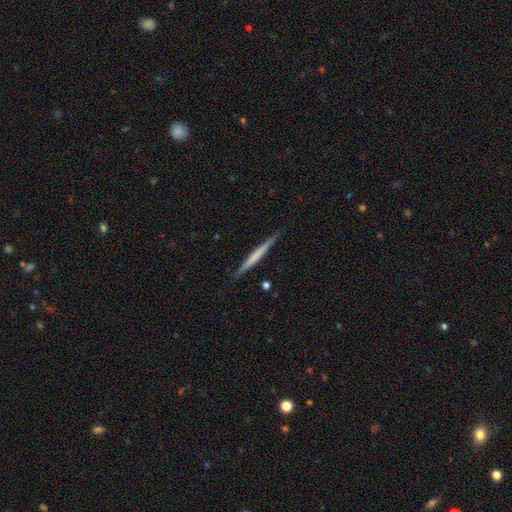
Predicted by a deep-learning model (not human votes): Smooth or featured? featured or disk (49%)
Merging? none (89%)